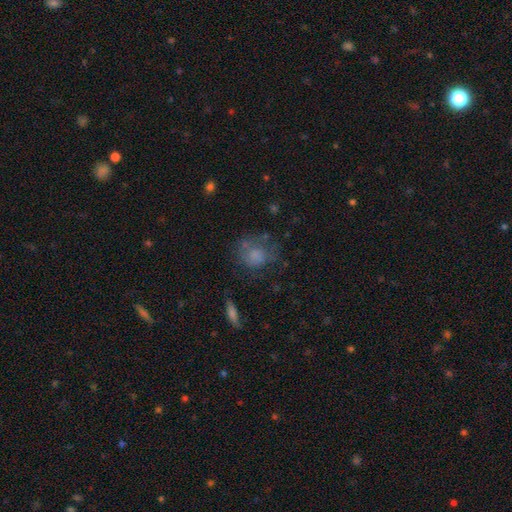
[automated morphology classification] Overall: smooth (65%). How rounded: round (71%). Merging: none (50%; minor disturbance 23%).